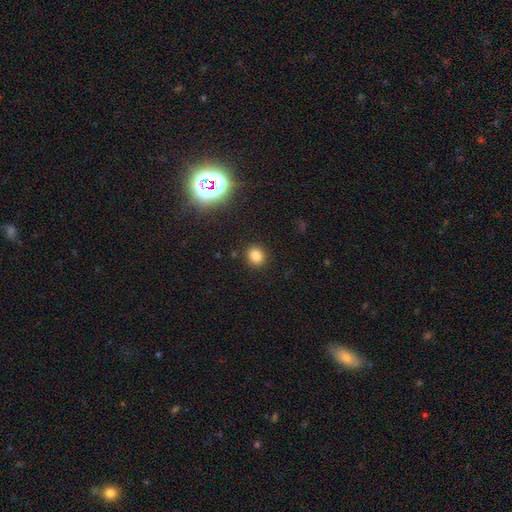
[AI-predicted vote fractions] Smooth or featured? Predicted: smooth (p=0.81). How rounded? Predicted: round (p=0.74). Merging? Predicted: none (p=0.89).